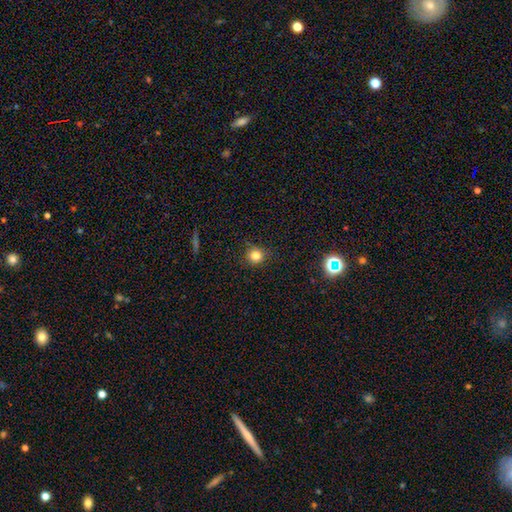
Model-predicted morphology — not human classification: type=smooth (80%); roundness=round (92%); merging=none (86%).